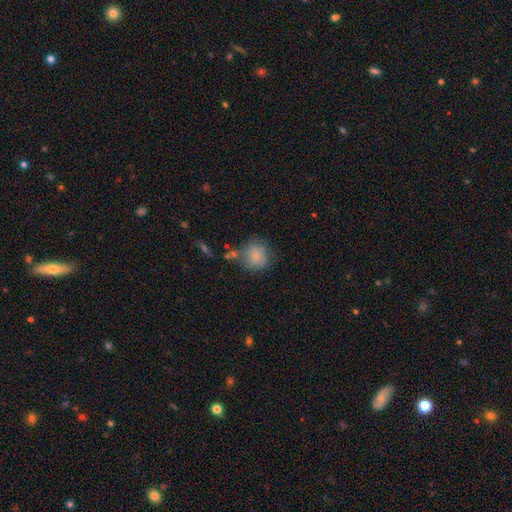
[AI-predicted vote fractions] smooth_or_featured: smooth (p=0.82) [alt: featured or disk p=0.09]
how_rounded: round (p=0.89) [alt: in between p=0.10]
merging: none (p=0.64) [alt: minor disturbance p=0.20]